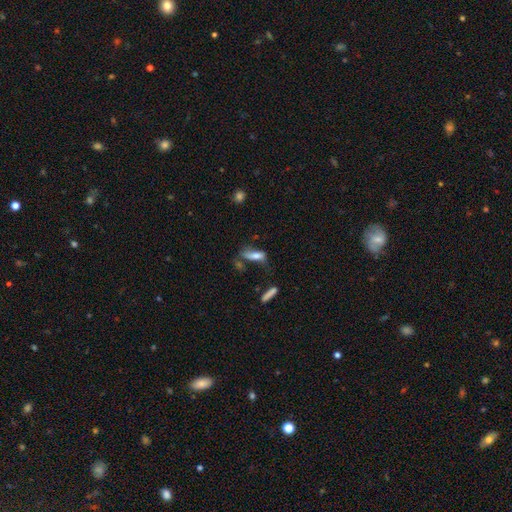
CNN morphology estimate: Smooth or featured? Predicted: smooth (p=0.63). How rounded? Predicted: in between (p=0.50). Merging? Predicted: none (p=0.34).